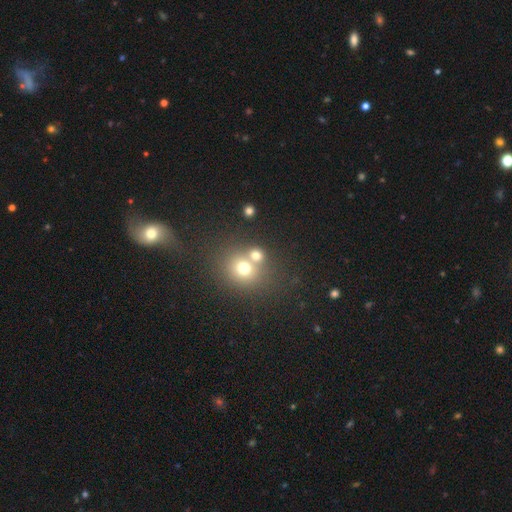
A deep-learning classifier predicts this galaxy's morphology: type=smooth (70%); roundness=round (76%); merging=none (46%).